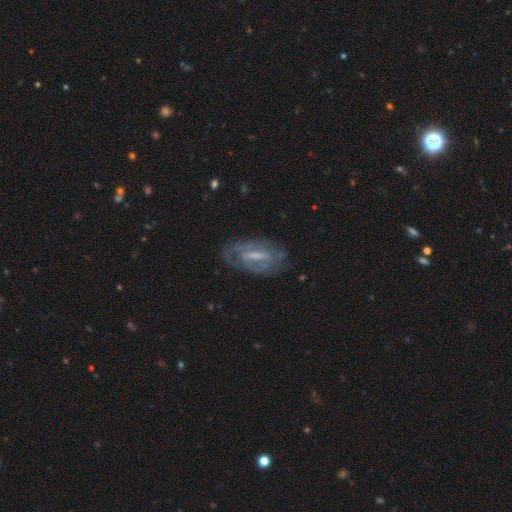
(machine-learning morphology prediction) Overall: featured or disk (71%). Edge-on disk: no (87%). Bar: strong (45%; weak 40%). Spiral arms: yes (69%; no 31%). Bulge size: small (41%; moderate 34%). Merging: none (70%).